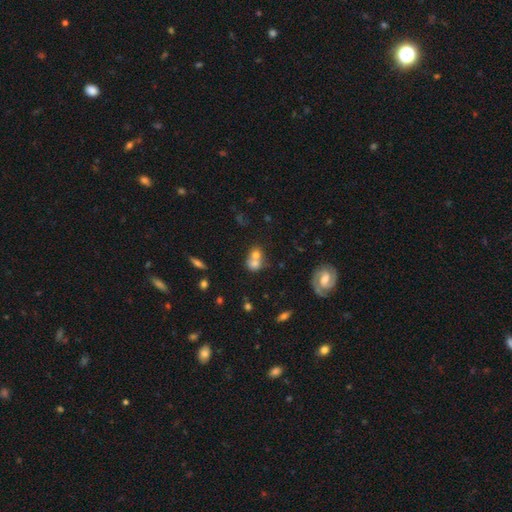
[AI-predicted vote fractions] This is likely a smooth galaxy (66%). How rounded: likely round (65%). Merging: likely merger (63%).